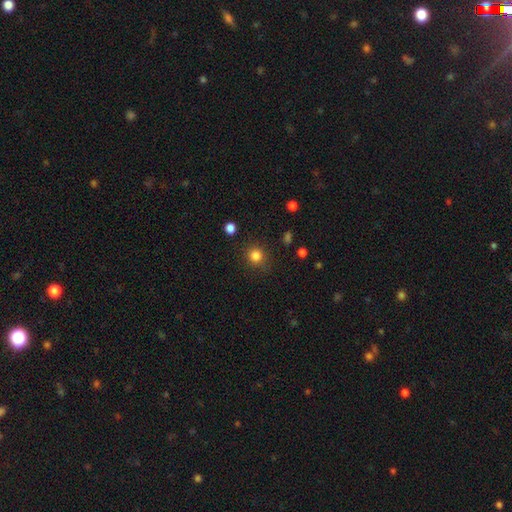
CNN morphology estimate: smooth_or_featured: smooth (p=0.84) [alt: star or artifact p=0.12]
how_rounded: round (p=0.88) [alt: in between p=0.11]
merging: none (p=0.85) [alt: minor disturbance p=0.09]